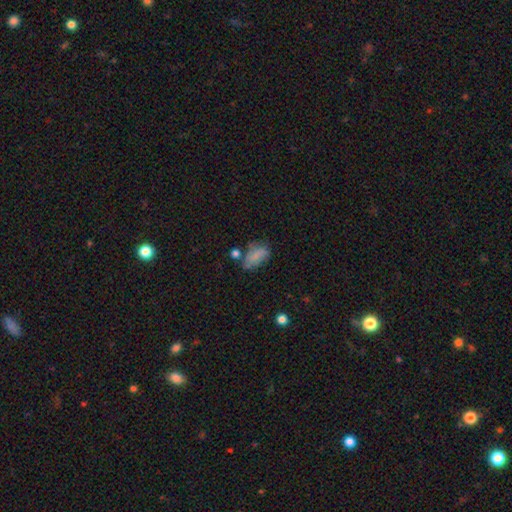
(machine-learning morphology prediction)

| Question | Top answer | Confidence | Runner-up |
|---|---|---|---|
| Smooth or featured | smooth | 68% | featured or disk (21%) |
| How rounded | in between | 88% | round (8%) |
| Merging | none | 42% | minor disturbance (29%) |